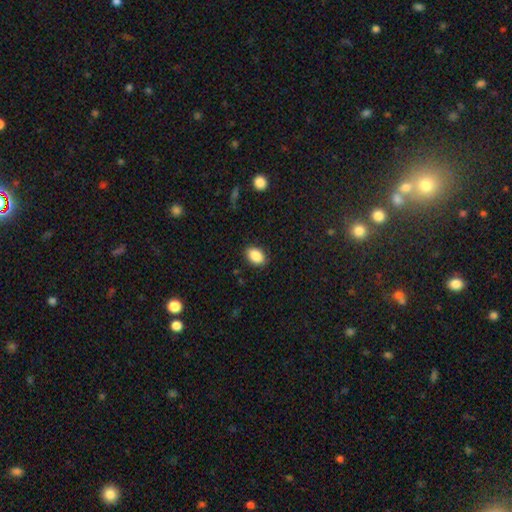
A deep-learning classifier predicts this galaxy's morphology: This appears to be a smooth galaxy with no disk features (88%) that is in between round and cigar-shaped (84%). Merging: none (87%).